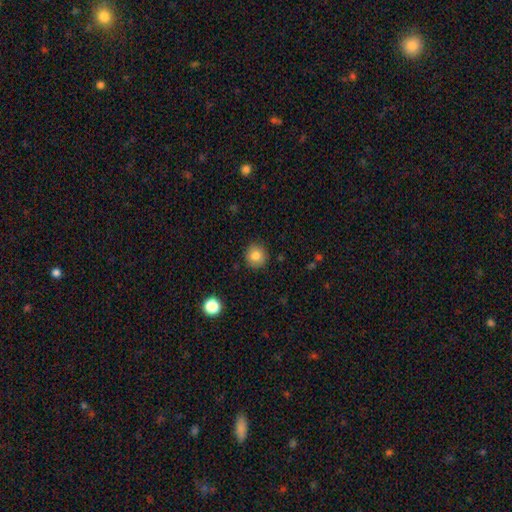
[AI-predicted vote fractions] Smooth or featured? Predicted: smooth (p=0.82). How rounded? Predicted: round (p=0.91). Merging? Predicted: none (p=0.90).